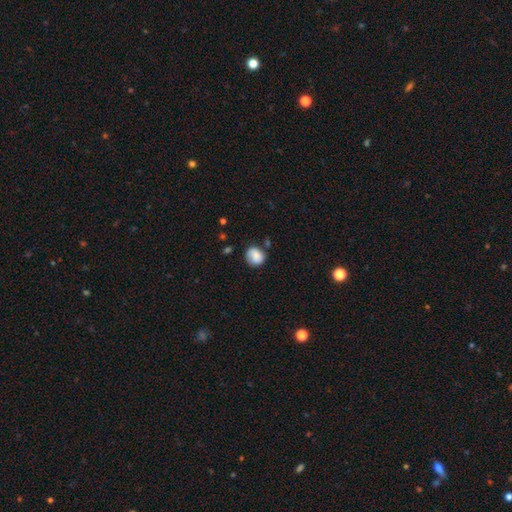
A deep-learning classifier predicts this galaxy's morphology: smooth_or_featured: smooth (p=0.81) [alt: featured or disk p=0.10]
how_rounded: round (p=0.82) [alt: in between p=0.17]
merging: none (p=0.72) [alt: minor disturbance p=0.20]